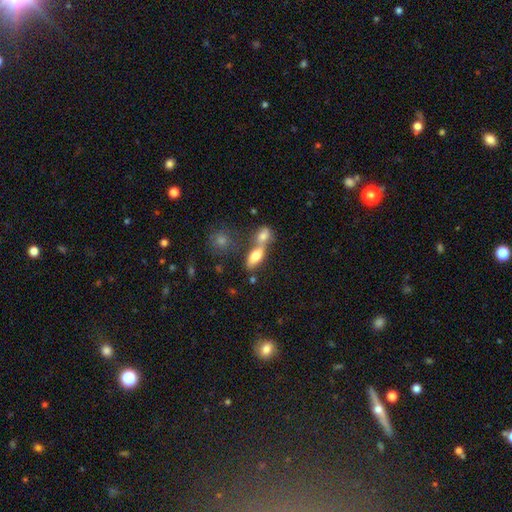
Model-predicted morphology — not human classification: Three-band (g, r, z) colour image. It shows a smooth galaxy with no disk features (75%) that is in between round and cigar-shaped (76%). Merging: merger (55%).